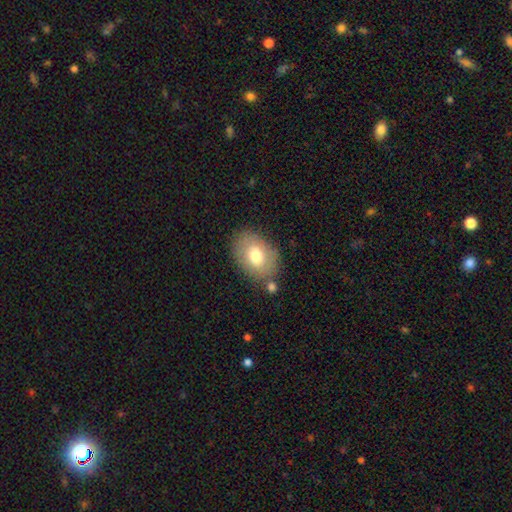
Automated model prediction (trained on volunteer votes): smooth_or_featured: smooth (p=0.71) [alt: featured or disk p=0.21]
how_rounded: in between (p=0.80) [alt: round p=0.19]
merging: none (p=0.73) [alt: minor disturbance p=0.15]